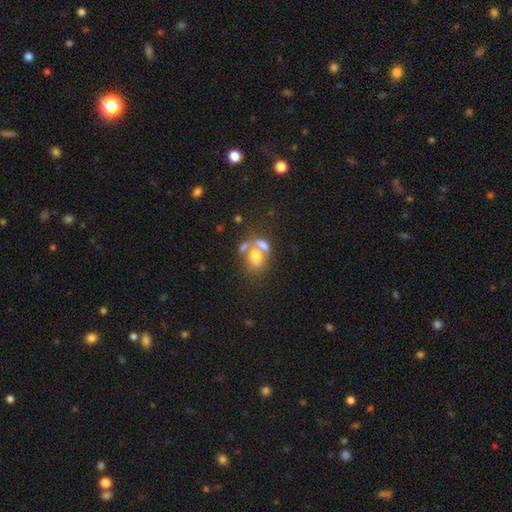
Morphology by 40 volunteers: Q: Smooth or featured?
A: smooth (57%); runner-up: featured or disk (30%)
Q: How rounded?
A: in between (65%); runner-up: round (35%)
Q: Merging?
A: none (40%); runner-up: minor disturbance (31%)